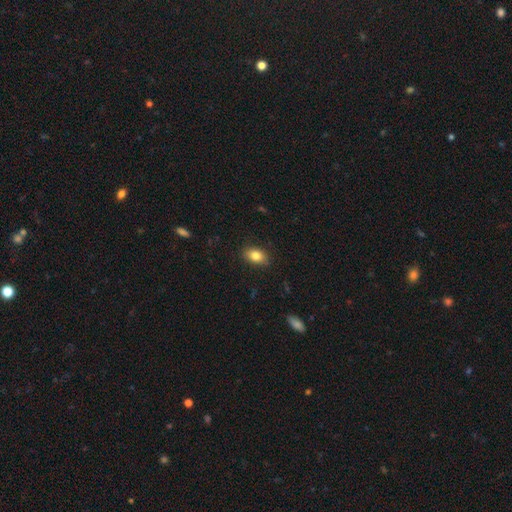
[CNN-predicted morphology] smooth_or_featured: smooth (p=0.83) [alt: star or artifact p=0.09]
how_rounded: in between (p=0.83) [alt: round p=0.16]
merging: none (p=0.87) [alt: minor disturbance p=0.10]